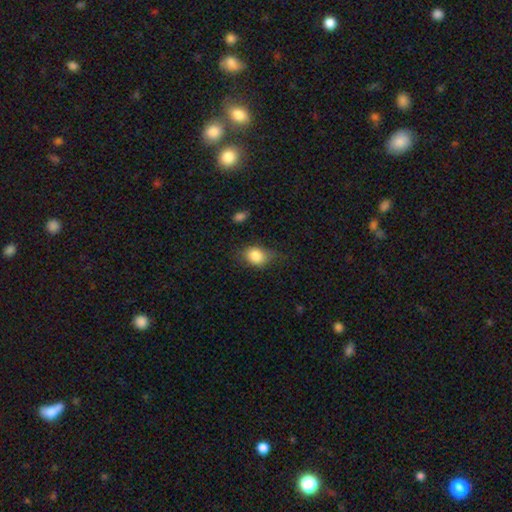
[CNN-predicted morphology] Smooth or featured? Predicted: smooth (p=0.83). How rounded? Predicted: in between (p=0.58). Merging? Predicted: none (p=0.59).